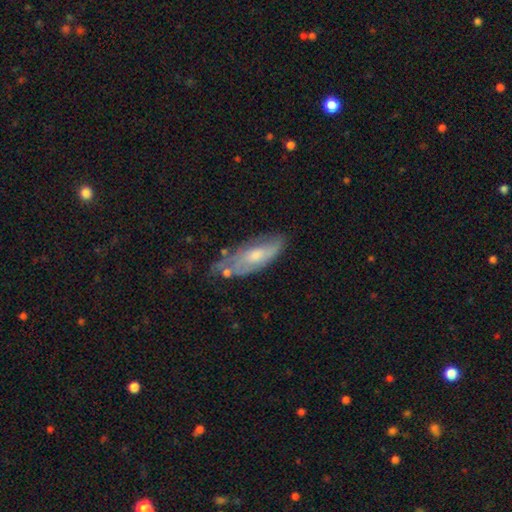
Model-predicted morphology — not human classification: The model was most divided on "smooth or featured": featured or disk: 51%, smooth: 42%, star or artifact: 7%. Remaining: edge-on disk — no (79%); merging — none (47%).